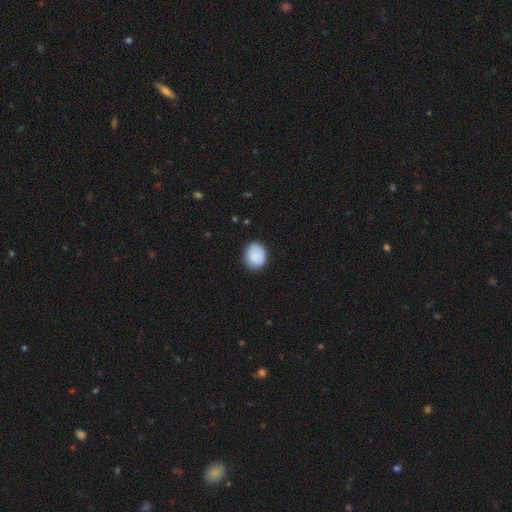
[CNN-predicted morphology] Smooth or featured: smooth — 88% (star or artifact — 7%)
How rounded: round — 58% (in between — 42%)
Merging: none — 83% (minor disturbance — 13%)